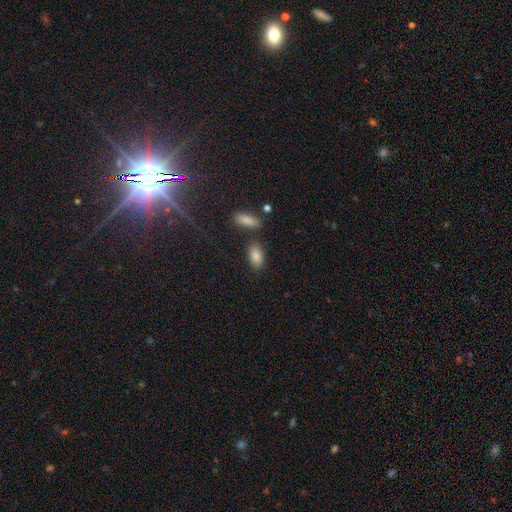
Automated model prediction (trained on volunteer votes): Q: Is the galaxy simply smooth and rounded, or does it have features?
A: smooth — 82%.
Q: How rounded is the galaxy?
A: in between — 90%.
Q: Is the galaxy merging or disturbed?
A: none — 78%.